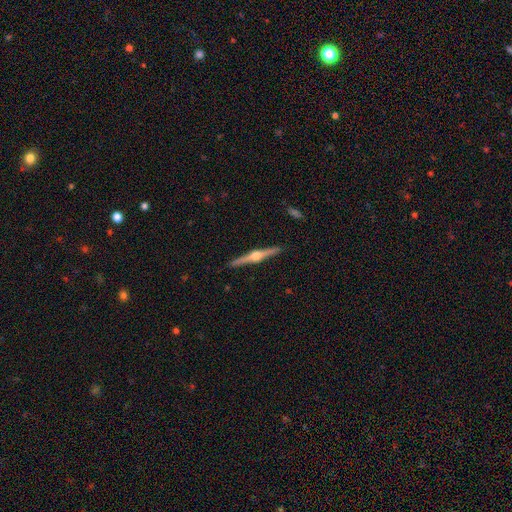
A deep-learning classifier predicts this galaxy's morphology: Smooth or featured? Predicted: featured or disk (p=0.83). Edge-on disk? Predicted: yes (p=0.99). Edge-on bulge? Predicted: rounded (p=0.96). Merging? Predicted: none (p=0.92).